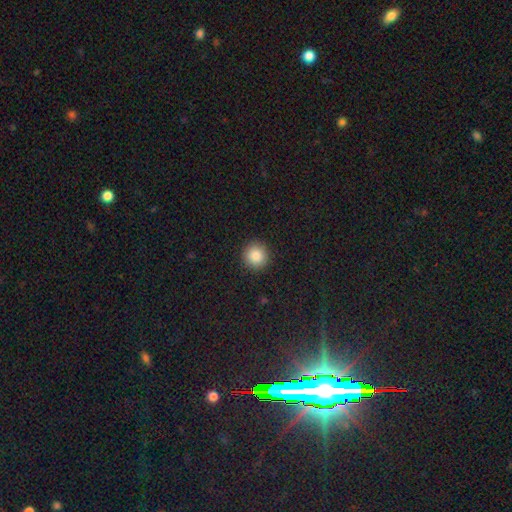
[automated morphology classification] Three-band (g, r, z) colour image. It shows a smooth galaxy with no disk features (86%) that is round (94%). Merging: none (92%).